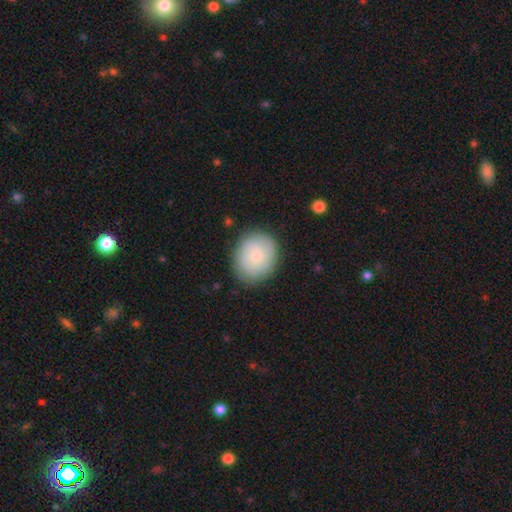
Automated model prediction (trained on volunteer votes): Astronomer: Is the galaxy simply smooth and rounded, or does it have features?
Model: smooth — 73%.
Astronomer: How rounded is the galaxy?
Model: round — 60% (runner-up: in between, 39%).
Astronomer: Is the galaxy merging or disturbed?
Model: none — 82%.